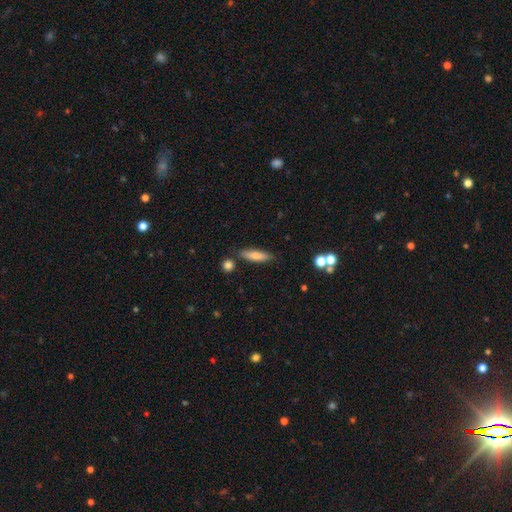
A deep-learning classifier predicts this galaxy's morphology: type=smooth (74%); roundness=cigar-shaped (67%); merging=none (81%).